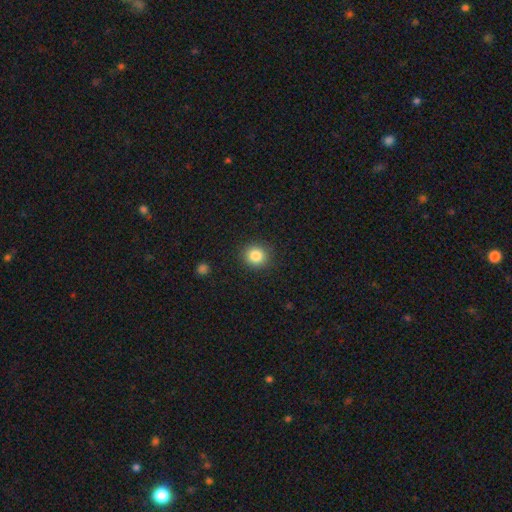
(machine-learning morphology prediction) Smooth or featured: smooth — 84% (star or artifact — 11%)
How rounded: round — 89% (in between — 10%)
Merging: none — 90% (minor disturbance — 7%)